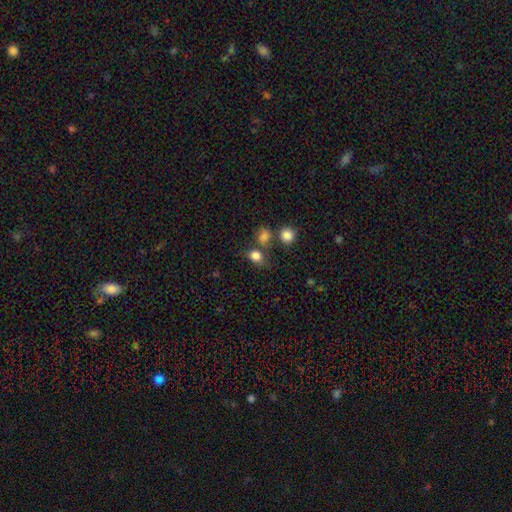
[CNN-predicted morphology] smooth 82%, star or artifact 12%, featured or disk 6%. Down the decision tree: how rounded — in between (54%); merging — none (59%).